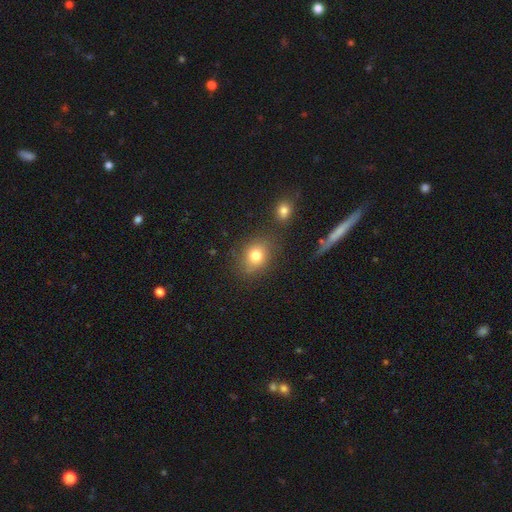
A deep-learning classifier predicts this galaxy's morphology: A smooth galaxy with no disk features (78%) that is round (56%). Merging: none (74%).